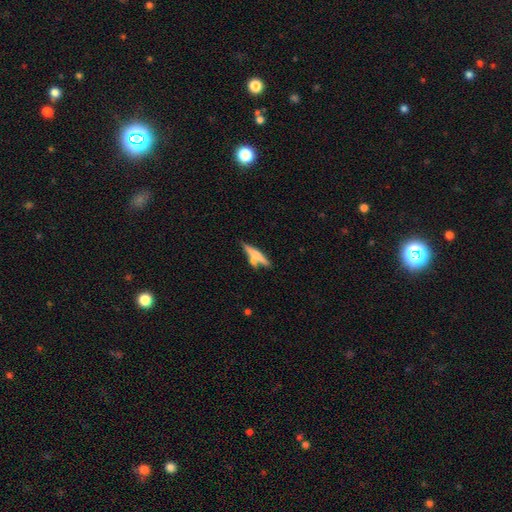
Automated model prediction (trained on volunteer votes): Smooth or featured? Predicted: smooth (p=0.52). How rounded? Predicted: cigar-shaped (p=0.85). Merging? Predicted: none (p=0.51).